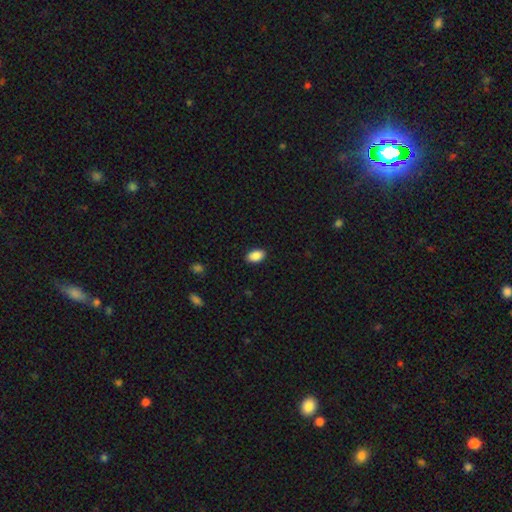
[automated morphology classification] Smooth or featured: smooth — 89% (star or artifact — 7%)
How rounded: in between — 91% (round — 7%)
Merging: none — 89% (minor disturbance — 8%)